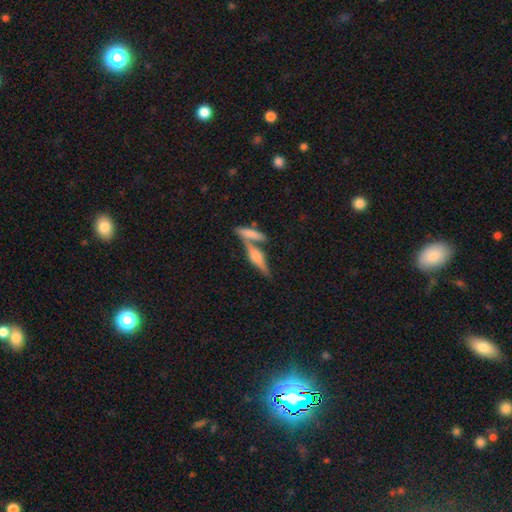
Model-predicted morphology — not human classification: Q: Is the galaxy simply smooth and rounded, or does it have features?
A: featured or disk — 57%.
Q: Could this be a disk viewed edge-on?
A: yes — 93%.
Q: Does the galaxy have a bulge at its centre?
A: rounded — 73%.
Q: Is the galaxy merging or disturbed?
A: none — 56%.